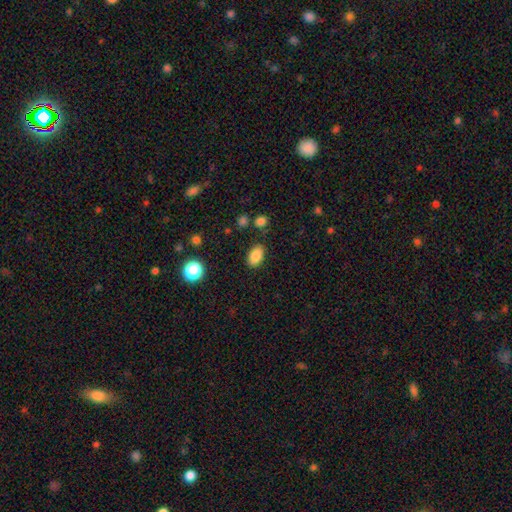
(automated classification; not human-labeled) Smooth or featured: smooth — 85% (star or artifact — 9%)
How rounded: in between — 89% (round — 10%)
Merging: none — 83% (minor disturbance — 11%)